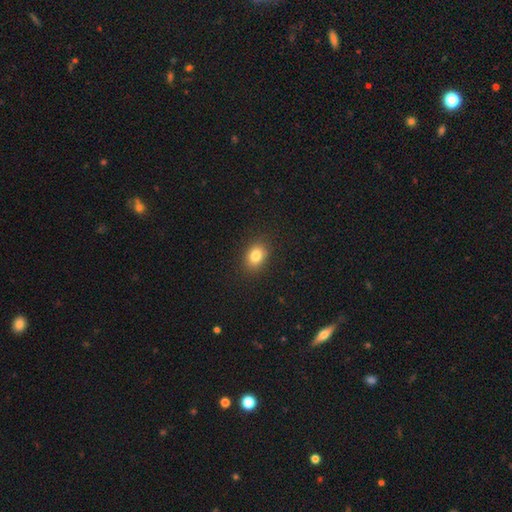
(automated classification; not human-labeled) Morphology: type=smooth (82%); roundness=in between (70%); merging=none (87%).